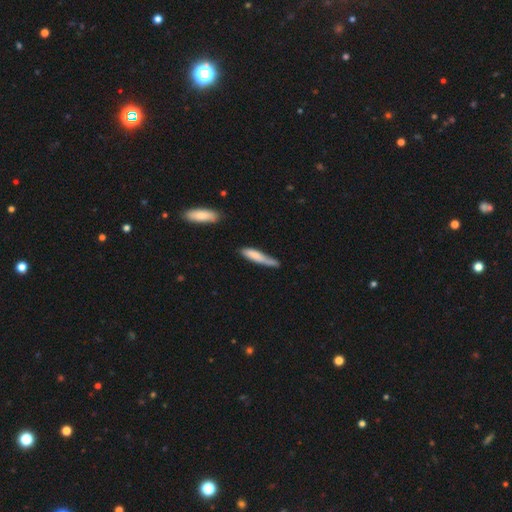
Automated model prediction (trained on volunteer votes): A smooth galaxy with no disk features (72%) that is cigar-shaped (83%). Merging: none (47%).